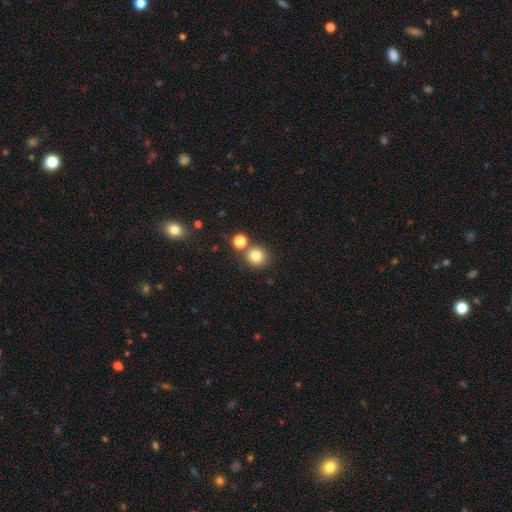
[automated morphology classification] Overall: smooth (82%). How rounded: round (89%). Merging: none (74%).